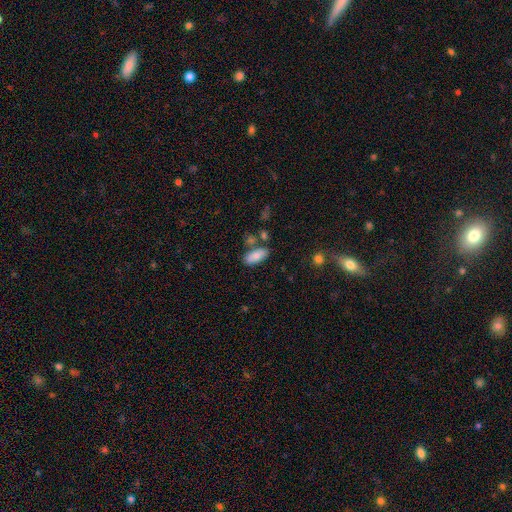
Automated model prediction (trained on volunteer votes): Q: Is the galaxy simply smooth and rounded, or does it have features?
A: smooth — 80%.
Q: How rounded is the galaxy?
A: in between — 87%.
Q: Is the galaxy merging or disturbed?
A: none — 71%.